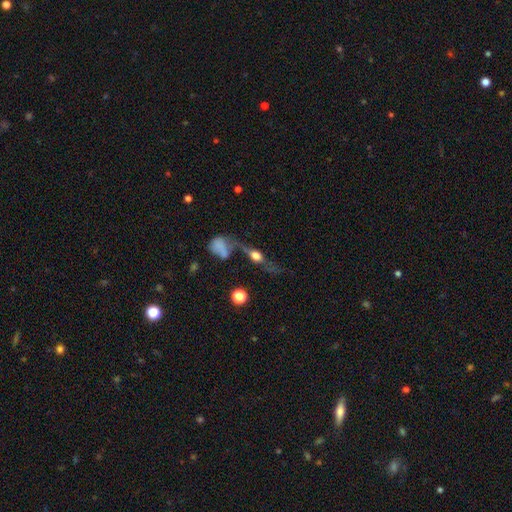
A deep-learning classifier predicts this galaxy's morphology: This appears to be a featured or disk galaxy (56%) viewed edge-on (65%). Merging: none (46%).